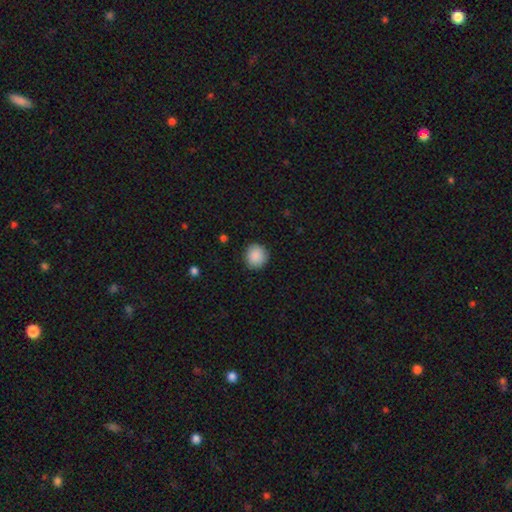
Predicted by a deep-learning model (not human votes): This is clearly a smooth galaxy (89%). How rounded: clearly round (91%). Merging: clearly none (89%).